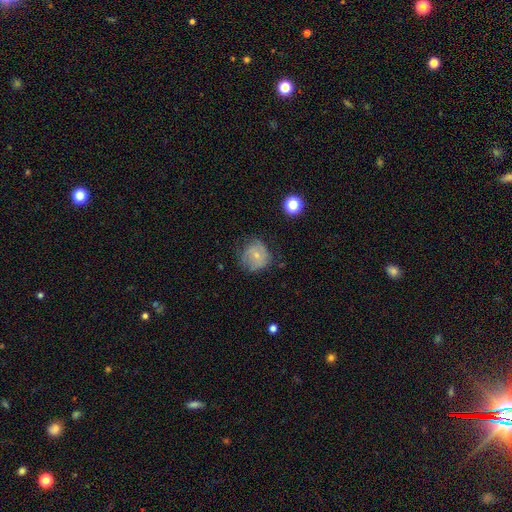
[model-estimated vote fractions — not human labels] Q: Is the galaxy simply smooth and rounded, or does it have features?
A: smooth — 53%.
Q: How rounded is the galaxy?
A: round — 83%.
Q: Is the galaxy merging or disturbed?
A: none — 61%.